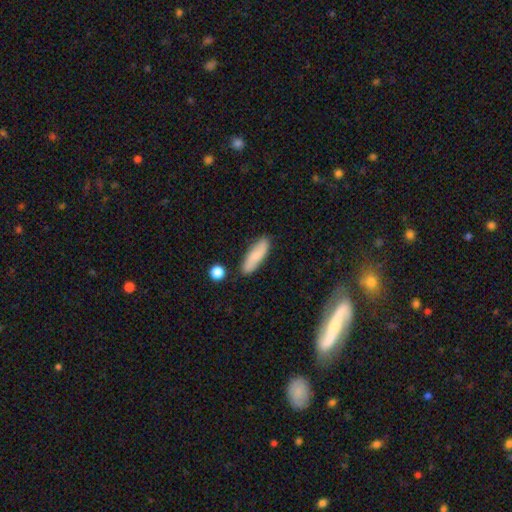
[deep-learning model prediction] Smooth or featured? Predicted: smooth (p=0.74). How rounded? Predicted: cigar-shaped (p=0.51). Merging? Predicted: none (p=0.84).